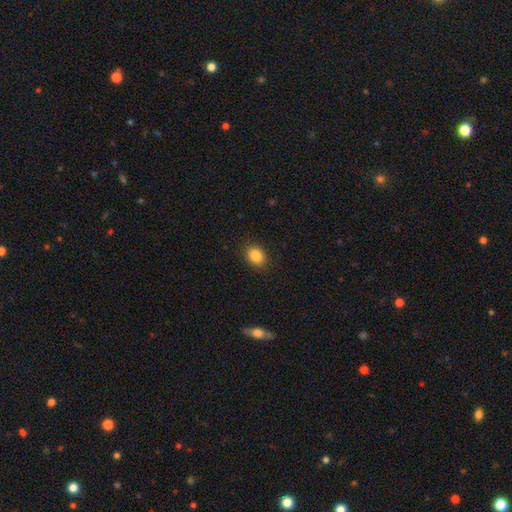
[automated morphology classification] A smooth galaxy with no disk features (86%) that is in between round and cigar-shaped (64%).

Vote fractions:
- Smooth or featured? smooth: 86% / star or artifact: 9% / featured or disk: 5%
- How rounded? in between: 64% / round: 35% / cigar-shaped: 1%
- Merging? none: 88% / minor disturbance: 8% / major disturbance: 2% / merger: 1%